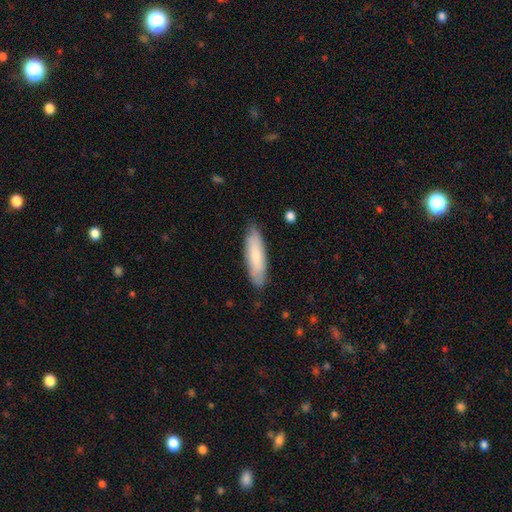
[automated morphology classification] Smooth or featured: smooth — 77% (featured or disk — 17%)
How rounded: cigar-shaped — 62% (in between — 37%)
Merging: none — 85% (minor disturbance — 12%)